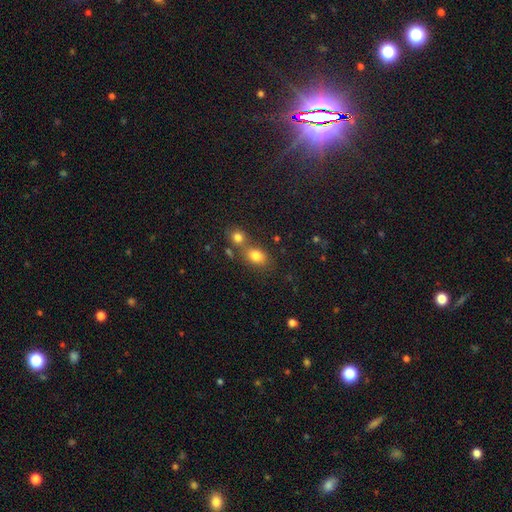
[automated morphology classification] A smooth galaxy with no disk features (79%) that is in between round and cigar-shaped (62%). Merging: none (48%).